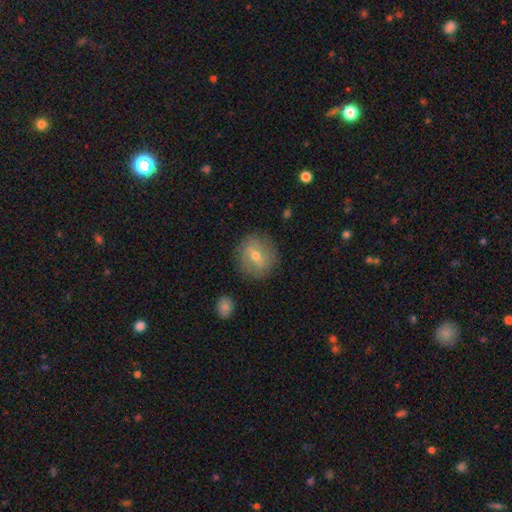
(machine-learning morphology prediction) smooth 47%, featured or disk 43%, star or artifact 10%. Down the decision tree: merging — none (83%).